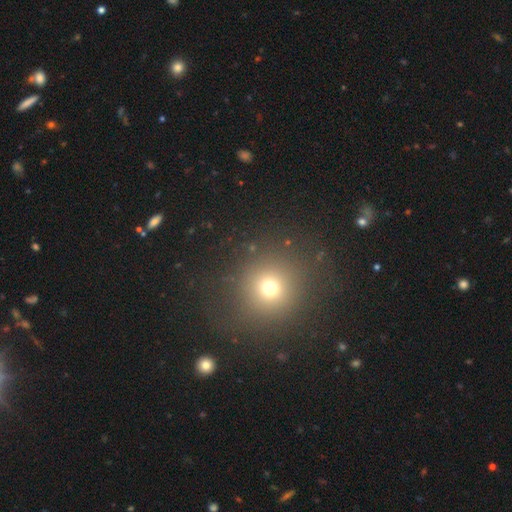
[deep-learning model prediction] Smooth or featured? Predicted: smooth (p=0.61). How rounded? Predicted: round (p=0.92). Merging? Predicted: none (p=0.90).